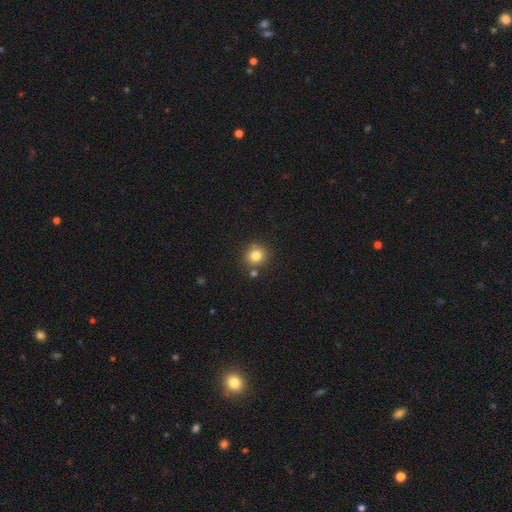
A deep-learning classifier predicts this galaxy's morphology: smooth 81%, star or artifact 12%, featured or disk 7%. Down the decision tree: how rounded — round (90%); merging — none (78%).